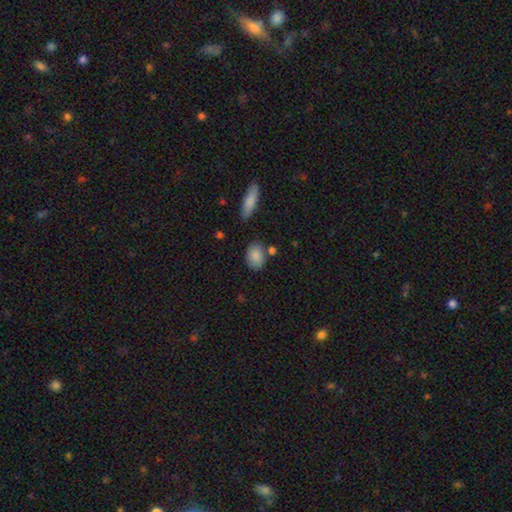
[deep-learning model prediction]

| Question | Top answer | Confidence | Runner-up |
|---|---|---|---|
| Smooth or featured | smooth | 87% | star or artifact (7%) |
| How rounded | in between | 76% | round (21%) |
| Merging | none | 73% | minor disturbance (16%) |